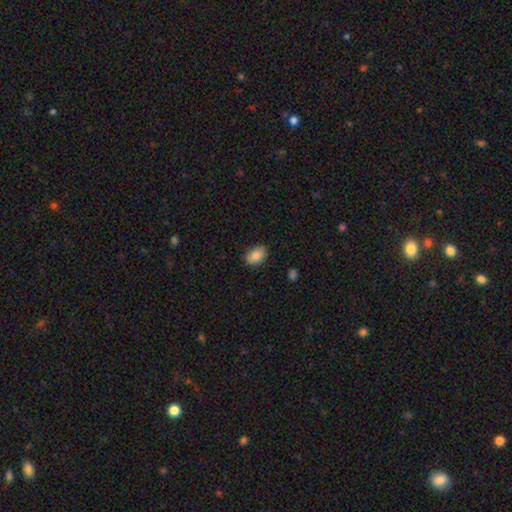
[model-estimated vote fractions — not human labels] The model was most divided on "how rounded": in between: 82%, round: 17%, cigar-shaped: 1%. More confident: merging — none (85%); smooth or featured — smooth (83%).